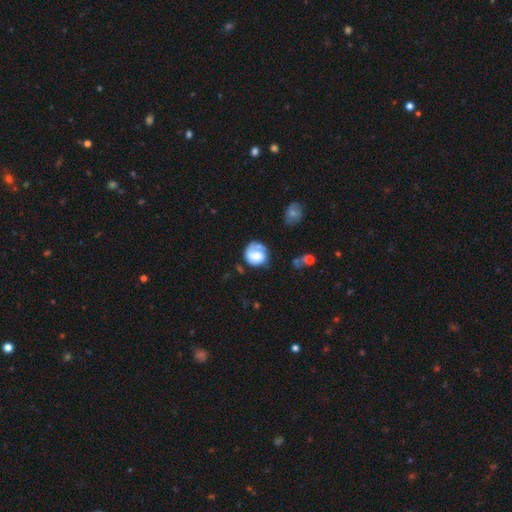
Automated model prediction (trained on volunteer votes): Overall: smooth (59%; featured or disk 33%). How rounded: round (77%). Merging: none (47%; minor disturbance 27%).